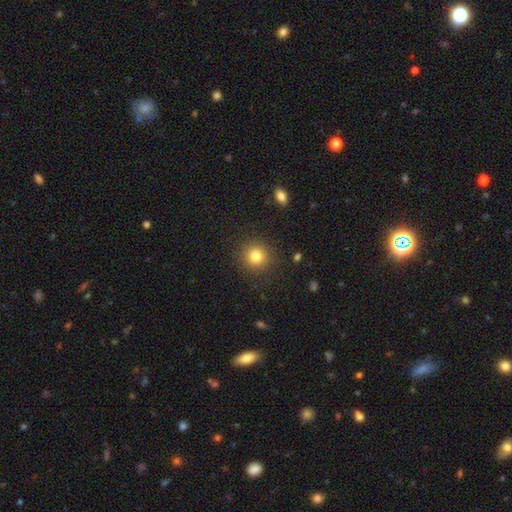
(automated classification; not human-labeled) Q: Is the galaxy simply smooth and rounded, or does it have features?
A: smooth — 82%.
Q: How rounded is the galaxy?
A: round — 93%.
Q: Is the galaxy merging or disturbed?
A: none — 90%.